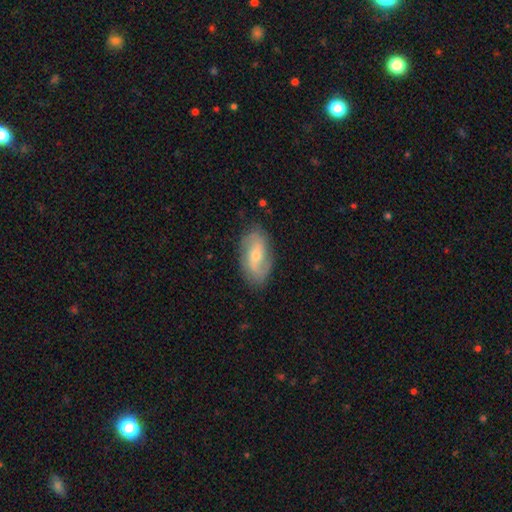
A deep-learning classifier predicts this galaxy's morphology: This appears to be a featured or disk galaxy (68%) with a weak bar (43%), 2 (83%) loose (40%) spiral arms (89%) and a moderate central bulge (49%). Merging: none (81%).